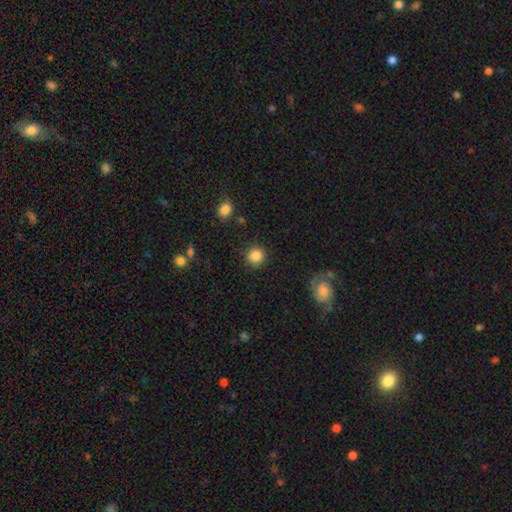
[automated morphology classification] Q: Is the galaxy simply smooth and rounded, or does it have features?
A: smooth — 85%.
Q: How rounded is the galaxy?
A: round — 91%.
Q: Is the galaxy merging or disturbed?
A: none — 88%.